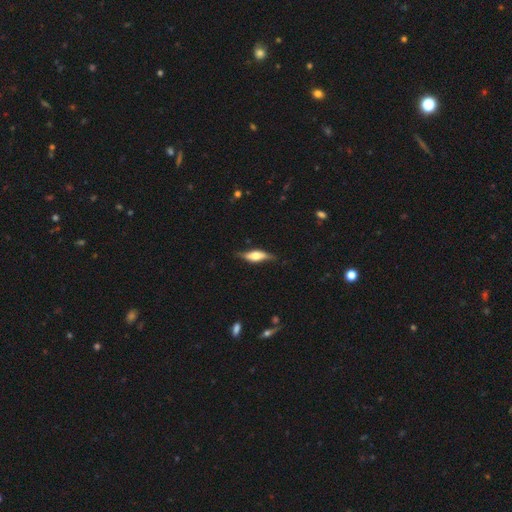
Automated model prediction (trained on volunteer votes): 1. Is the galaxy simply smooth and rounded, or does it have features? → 53% featured or disk, 41% smooth, 6% star or artifact.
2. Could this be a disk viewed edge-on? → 79% yes, 21% no.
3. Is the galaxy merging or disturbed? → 72% none, 22% minor disturbance, 5% major disturbance, 1% merger.